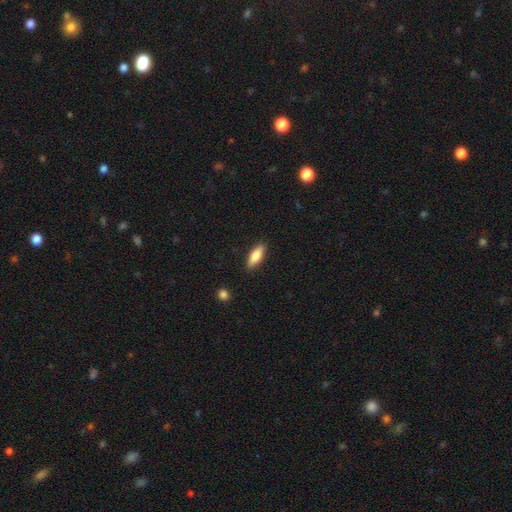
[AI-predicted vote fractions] Morphology: type=smooth (76%); roundness=in between (63%); merging=none (88%).